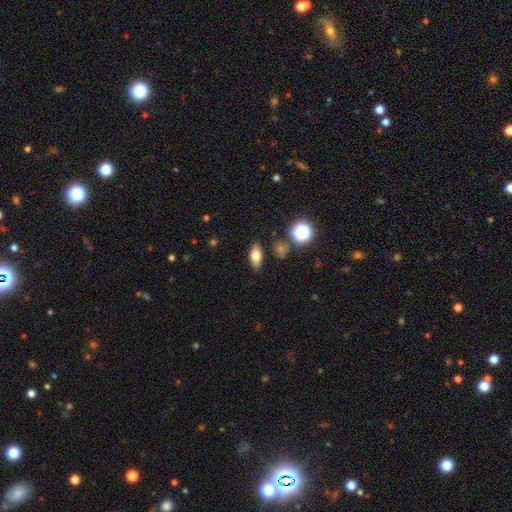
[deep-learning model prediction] smooth_or_featured: smooth (p=0.72) [alt: featured or disk p=0.17]
how_rounded: in between (p=0.81) [alt: cigar-shaped p=0.10]
merging: none (p=0.82) [alt: minor disturbance p=0.12]